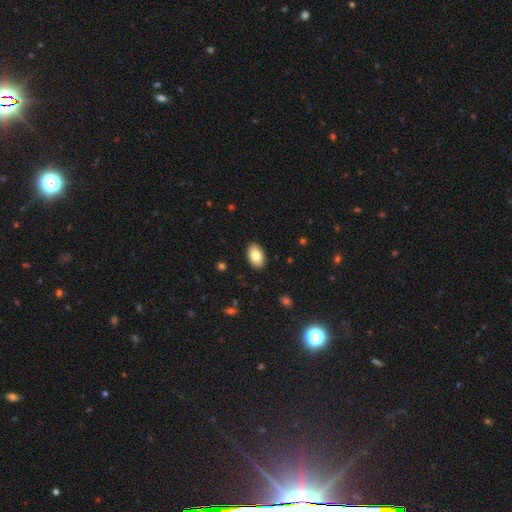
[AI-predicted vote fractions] Smooth or featured? smooth (81%)
How rounded? in between (93%)
Merging? none (90%)